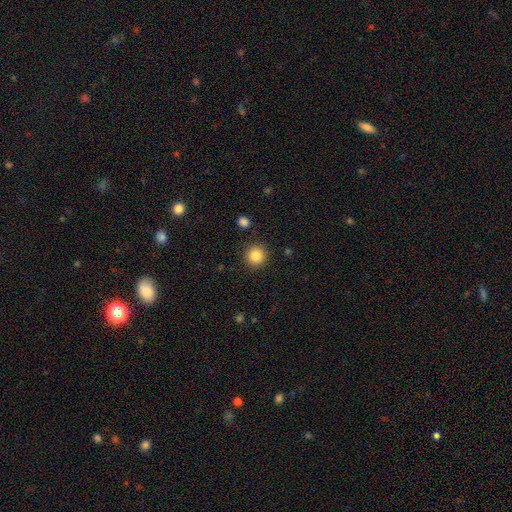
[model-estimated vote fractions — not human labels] Overall: smooth (85%). How rounded: round (94%). Merging: none (90%).